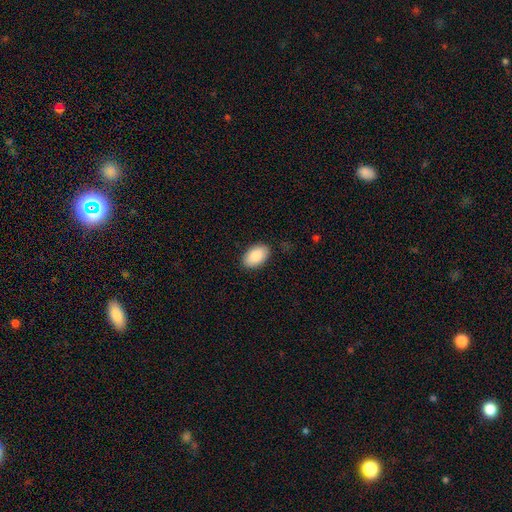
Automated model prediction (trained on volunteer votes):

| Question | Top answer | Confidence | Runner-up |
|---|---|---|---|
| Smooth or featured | smooth | 89% | star or artifact (6%) |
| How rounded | in between | 93% | round (5%) |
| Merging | none | 86% | minor disturbance (10%) |